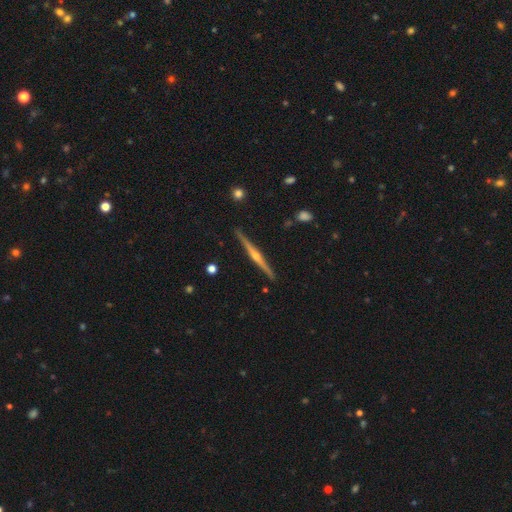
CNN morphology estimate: This is clearly a featured or disk galaxy (84%). It is clearly viewed edge-on (99%). Edge-on bulge: clearly rounded (90%). Merging: clearly none (91%).